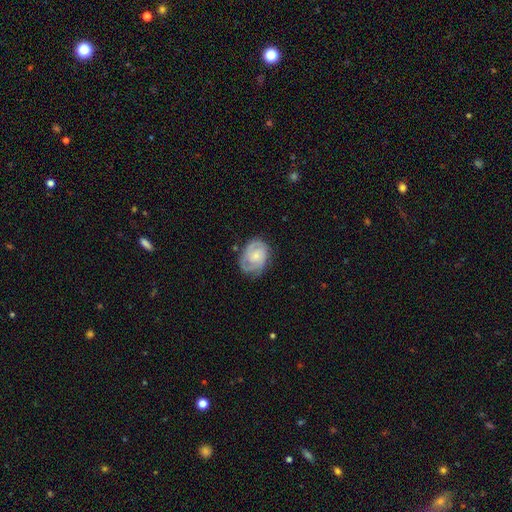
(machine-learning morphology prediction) A featured or disk galaxy (73%) with no bar (70%), 2 (45%) tight (56%) spiral arms (92%) and a small central bulge (59%). Merging: none (68%).